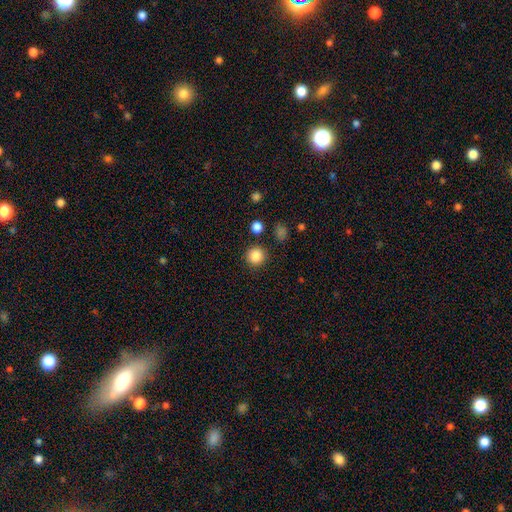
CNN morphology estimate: Overall: smooth (86%). How rounded: round (94%). Merging: none (89%).